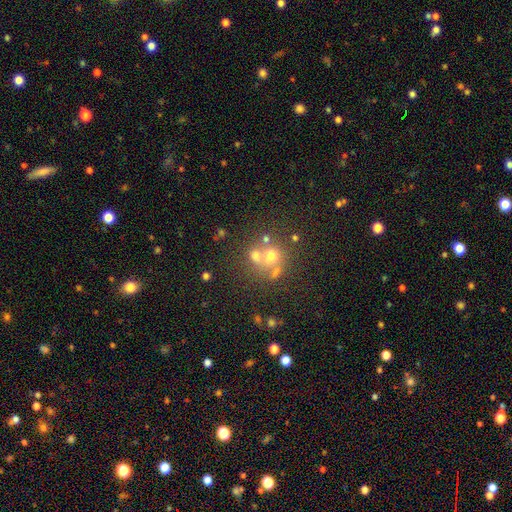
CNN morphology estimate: smooth_or_featured: smooth (p=0.55) [alt: featured or disk p=0.23]
how_rounded: round (p=0.76) [alt: in between p=0.23]
merging: merger (p=0.43) [alt: none p=0.41]